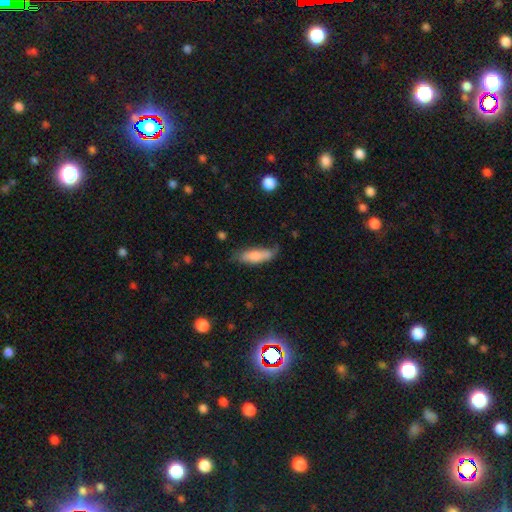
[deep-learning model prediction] smooth-or-featured: smooth: 74% | featured or disk: 20% | star or artifact: 6%
  how-rounded: in between: 57% | cigar-shaped: 41% | round: 2%
  merging: none: 56% | minor disturbance: 32% | major disturbance: 9% | merger: 3%